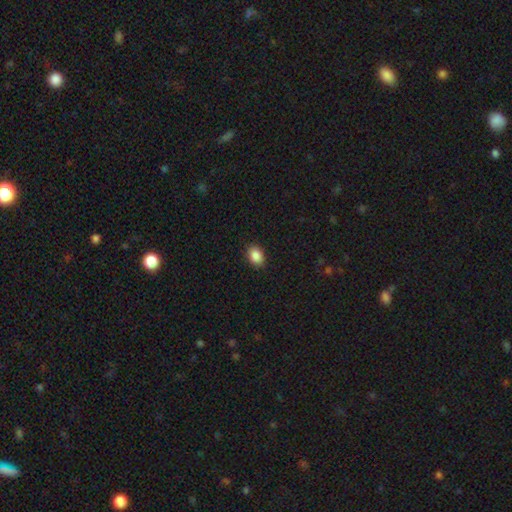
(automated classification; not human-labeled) Smooth or featured? Predicted: smooth (p=0.88). How rounded? Predicted: in between (p=0.72). Merging? Predicted: none (p=0.88).